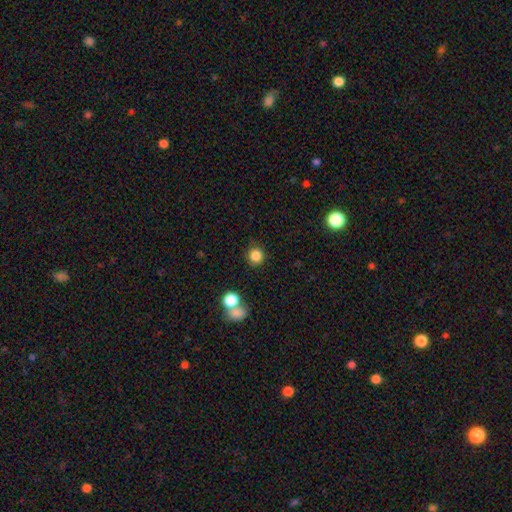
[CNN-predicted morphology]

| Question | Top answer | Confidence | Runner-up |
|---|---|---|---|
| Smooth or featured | smooth | 84% | star or artifact (12%) |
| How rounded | round | 92% | in between (7%) |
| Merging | none | 82% | minor disturbance (9%) |